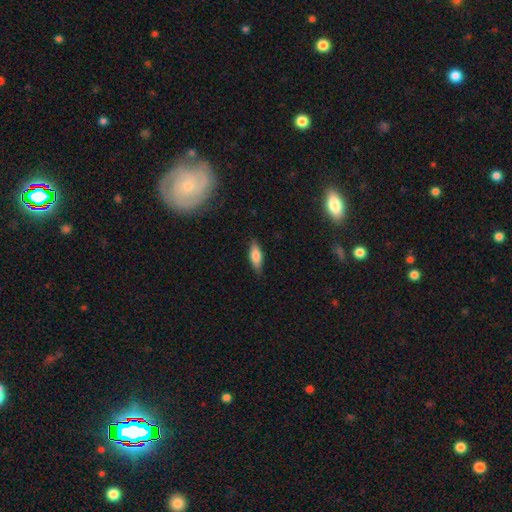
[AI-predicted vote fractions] A smooth galaxy with no disk features (74%) that is in between round and cigar-shaped (61%). Merging: none (82%).